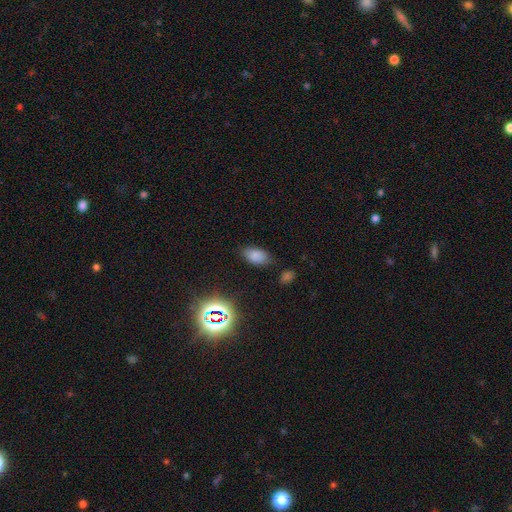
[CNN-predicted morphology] Smooth or featured: smooth — 76% (star or artifact — 17%)
How rounded: in between — 92% (round — 6%)
Merging: none — 79% (minor disturbance — 15%)